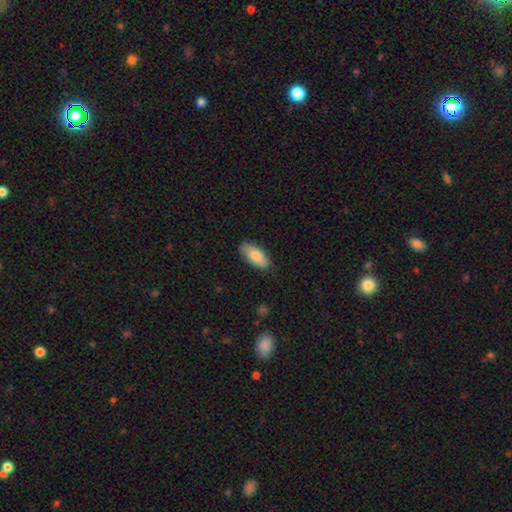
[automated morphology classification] Smooth or featured?
  - smooth: 81% *
  - featured or disk: 13%
  - star or artifact: 6%
How rounded?
  - in between: 87% *
  - cigar-shaped: 10%
  - round: 2%
Merging?
  - none: 85% *
  - minor disturbance: 12%
  - major disturbance: 2%
  - merger: 1%